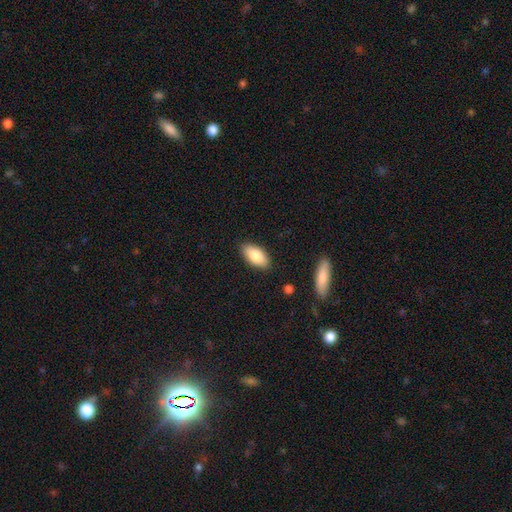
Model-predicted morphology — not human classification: Smooth or featured? Predicted: smooth (p=0.81). How rounded? Predicted: in between (p=0.91). Merging? Predicted: none (p=0.87).